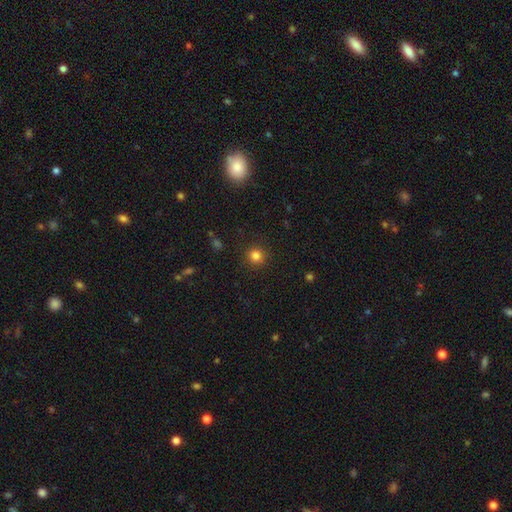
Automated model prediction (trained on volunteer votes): A smooth galaxy with no disk features (82%) that is round (93%).

Vote fractions:
- Smooth or featured? smooth: 82% / star or artifact: 14% / featured or disk: 5%
- How rounded? round: 93% / in between: 6% / cigar-shaped: 1%
- Merging? none: 90% / minor disturbance: 6% / major disturbance: 2% / merger: 1%